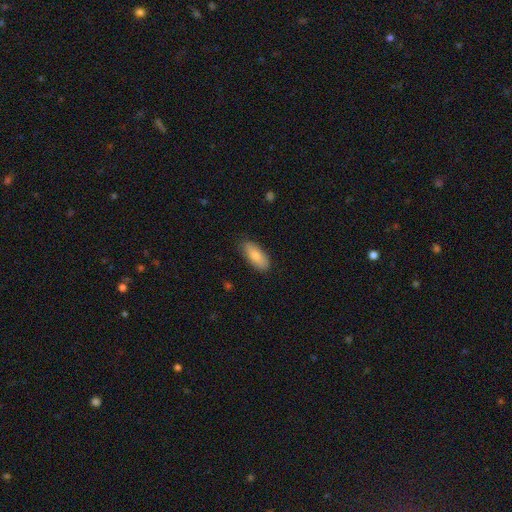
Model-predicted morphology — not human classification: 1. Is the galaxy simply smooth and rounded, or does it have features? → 84% smooth, 11% featured or disk, 6% star or artifact.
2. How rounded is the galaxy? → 81% in between, 17% cigar-shaped, 2% round.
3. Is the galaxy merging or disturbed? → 84% none, 13% minor disturbance, 2% major disturbance, 1% merger.